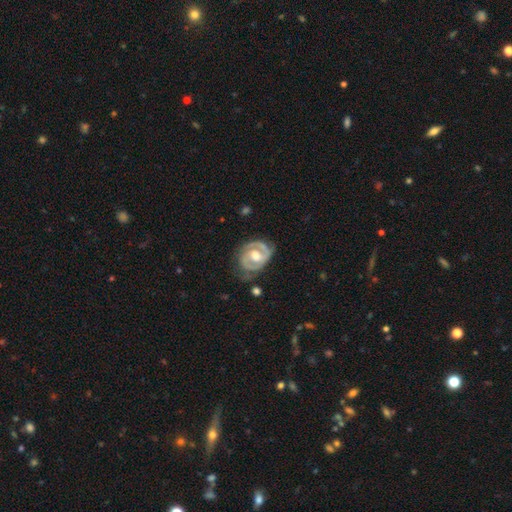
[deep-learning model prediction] Overall: featured or disk (83%). Edge-on disk: no (97%). Bar: no (46%; weak 40%). Spiral arms: yes (90%). Spiral arm count: 2 (75%). Spiral winding: tight (54%; medium 37%). Bulge size: moderate (59%; large 26%). Merging: none (64%).